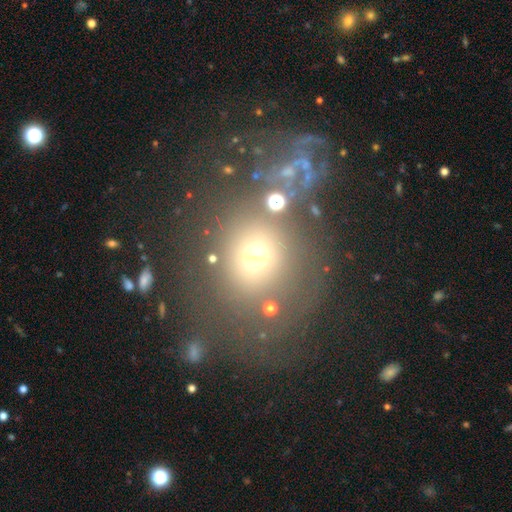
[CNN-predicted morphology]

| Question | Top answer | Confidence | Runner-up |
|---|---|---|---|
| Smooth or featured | smooth | 54% | star or artifact (27%) |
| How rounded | round | 72% | in between (26%) |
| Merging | none | 56% | minor disturbance (16%) |